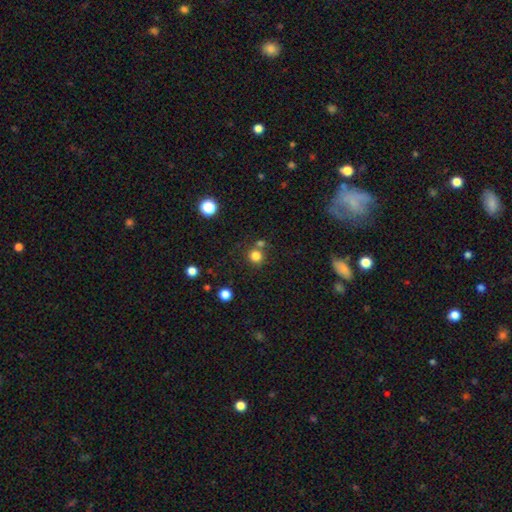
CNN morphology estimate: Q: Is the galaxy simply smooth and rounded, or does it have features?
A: smooth — 80%.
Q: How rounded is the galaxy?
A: round — 90%.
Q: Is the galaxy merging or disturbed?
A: none — 69%.